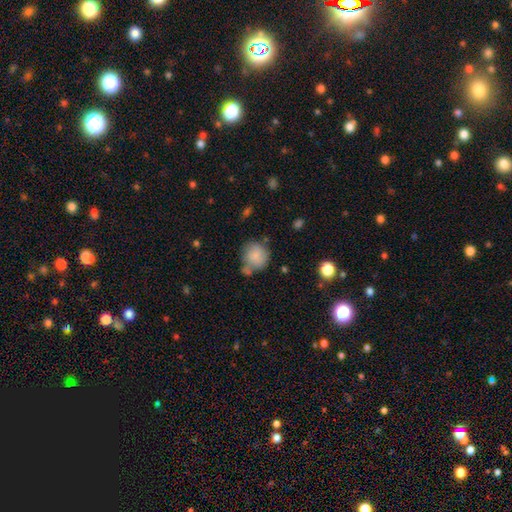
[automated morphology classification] Smooth or featured? Predicted: smooth (p=0.80). How rounded? Predicted: round (p=0.85). Merging? Predicted: none (p=0.52).